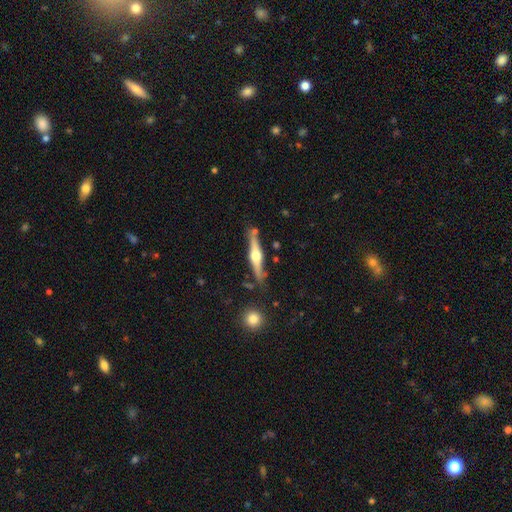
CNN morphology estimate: Smooth or featured?
  - featured or disk: 72% *
  - smooth: 23%
  - star or artifact: 5%
Edge-on disk?
  - yes: 97% *
  - no: 3%
Edge-on bulge?
  - rounded: 94% *
  - boxy: 4%
  - none: 2%
Merging?
  - none: 78% *
  - minor disturbance: 13%
  - merger: 6%
  - major disturbance: 3%